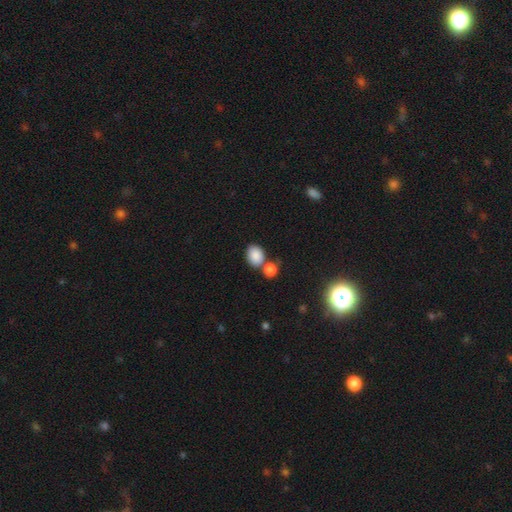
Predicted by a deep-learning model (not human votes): The model was most divided on "how rounded": in between: 60%, round: 39%, cigar-shaped: 1%. More confident: smooth or featured — smooth (87%); merging — none (56%).